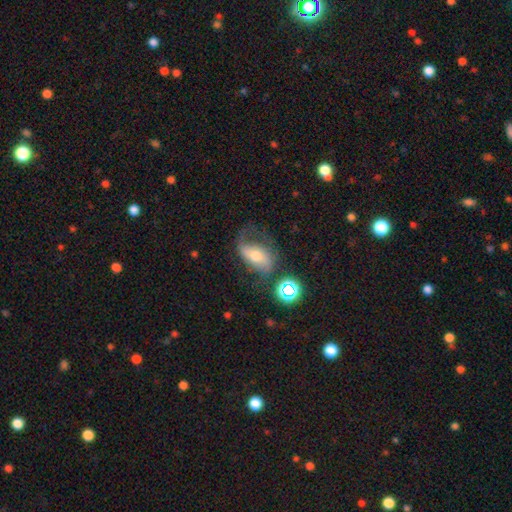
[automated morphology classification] Smooth or featured? Predicted: featured or disk (p=0.53). Edge-on disk? Predicted: no (p=0.91). Merging? Predicted: none (p=0.40).